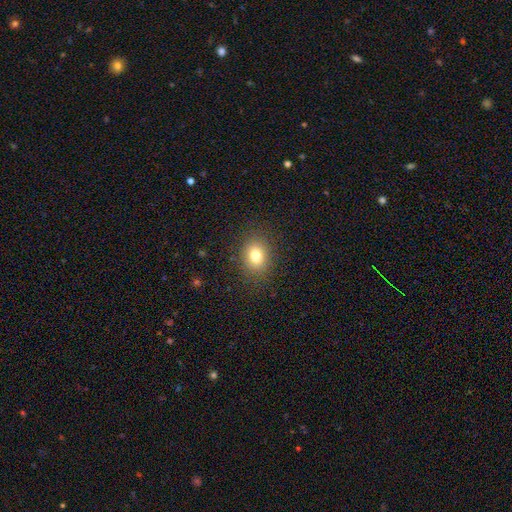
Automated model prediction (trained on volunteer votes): Q: Smooth or featured?
A: smooth (78%); runner-up: star or artifact (13%)
Q: How rounded?
A: in between (52%); runner-up: round (47%)
Q: Merging?
A: none (87%); runner-up: minor disturbance (9%)